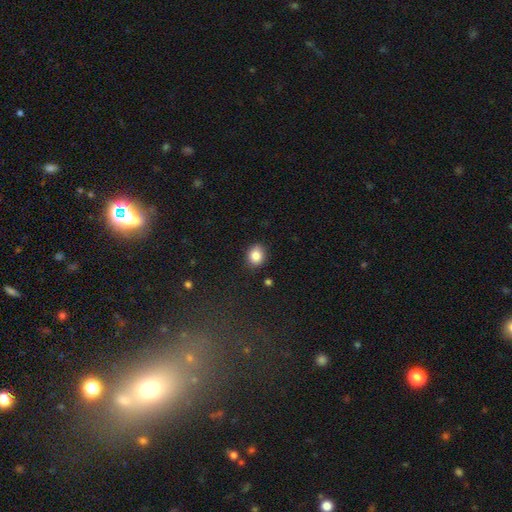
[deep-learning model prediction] A smooth galaxy with no disk features (86%) that is round (54%).

Vote fractions:
- Smooth or featured? smooth: 86% / star or artifact: 9% / featured or disk: 5%
- How rounded? round: 54% / in between: 45% / cigar-shaped: 1%
- Merging? none: 84% / minor disturbance: 12% / major disturbance: 2% / merger: 2%